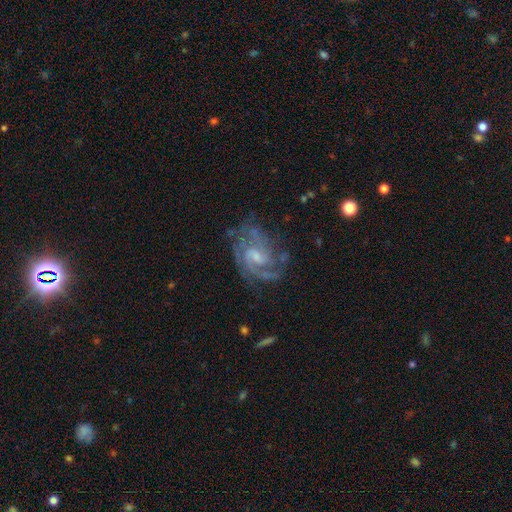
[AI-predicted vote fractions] Q: Smooth or featured?
A: featured or disk (88%); runner-up: smooth (6%)
Q: Edge-on disk?
A: no (97%); runner-up: yes (3%)
Q: Bar?
A: weak (54%); runner-up: no (35%)
Q: Spiral arms?
A: yes (96%); runner-up: no (4%)
Q: Spiral winding?
A: tight (47%); runner-up: medium (44%)
Q: Spiral arm count?
A: 2 (40%); runner-up: 3 (23%)
Q: Bulge size?
A: small (51%); runner-up: moderate (36%)
Q: Merging?
A: none (66%); runner-up: minor disturbance (20%)